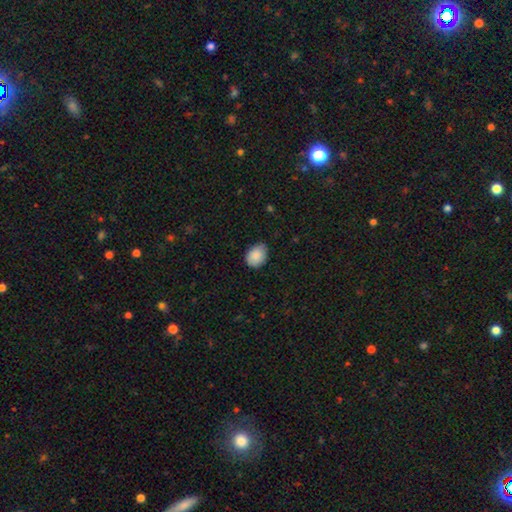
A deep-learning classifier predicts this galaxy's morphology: smooth_or_featured: smooth (p=0.87) [alt: star or artifact p=0.07]
how_rounded: in between (p=0.67) [alt: round p=0.32]
merging: none (p=0.69) [alt: minor disturbance p=0.27]